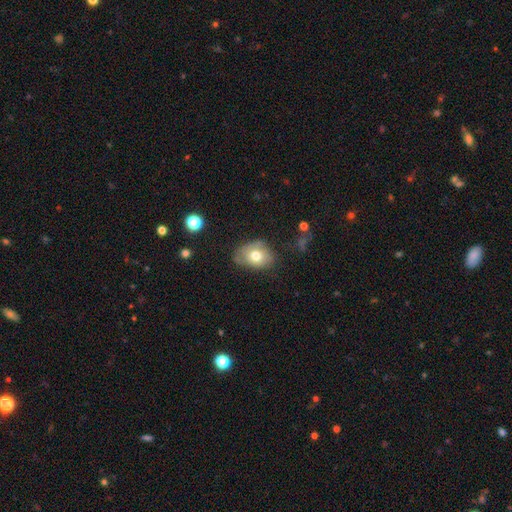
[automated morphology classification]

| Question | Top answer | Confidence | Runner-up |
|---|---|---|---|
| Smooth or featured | smooth | 71% | featured or disk (20%) |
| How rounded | in between | 69% | round (30%) |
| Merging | none | 55% | minor disturbance (33%) |